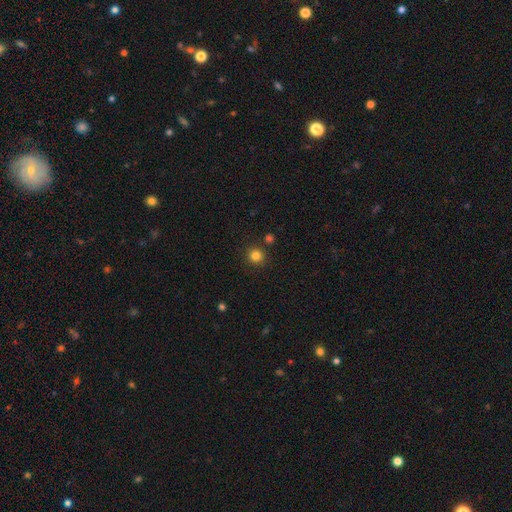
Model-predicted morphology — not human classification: smooth-or-featured: smooth: 82% | star or artifact: 13% | featured or disk: 5%
  how-rounded: round: 93% | in between: 6% | cigar-shaped: 1%
  merging: none: 88% | minor disturbance: 6% | merger: 4% | major disturbance: 2%